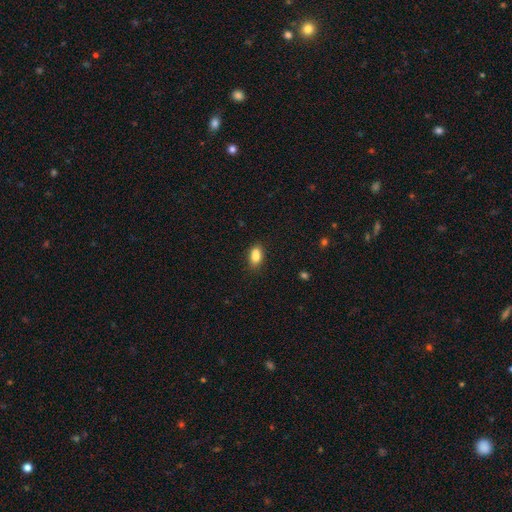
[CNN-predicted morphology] Smooth or featured?
  - smooth: 81% *
  - featured or disk: 10%
  - star or artifact: 9%
How rounded?
  - in between: 84% *
  - round: 11%
  - cigar-shaped: 4%
Merging?
  - none: 62% *
  - minor disturbance: 18%
  - merger: 16%
  - major disturbance: 4%